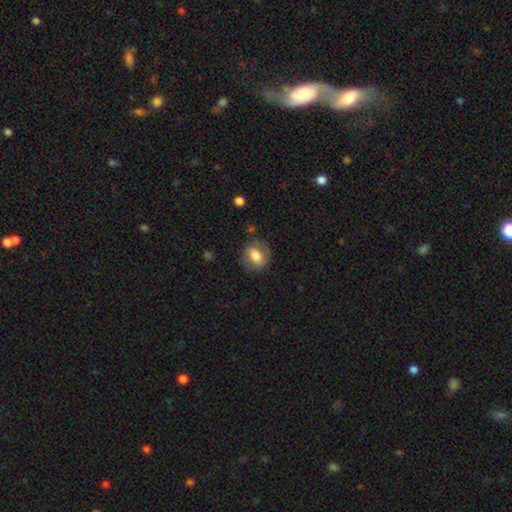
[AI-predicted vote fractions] A smooth galaxy with no disk features (69%) that is round (57%). Merging: none (76%).